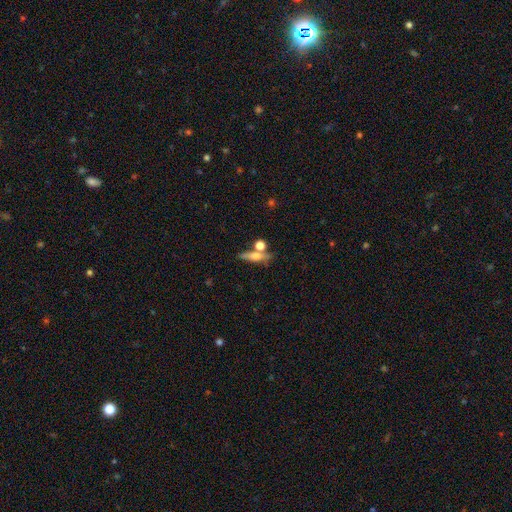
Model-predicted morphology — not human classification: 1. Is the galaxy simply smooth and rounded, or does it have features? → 51% smooth, 40% featured or disk, 9% star or artifact.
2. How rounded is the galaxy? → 62% cigar-shaped, 28% in between, 11% round.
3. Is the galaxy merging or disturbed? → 61% none, 23% merger, 11% minor disturbance, 5% major disturbance.